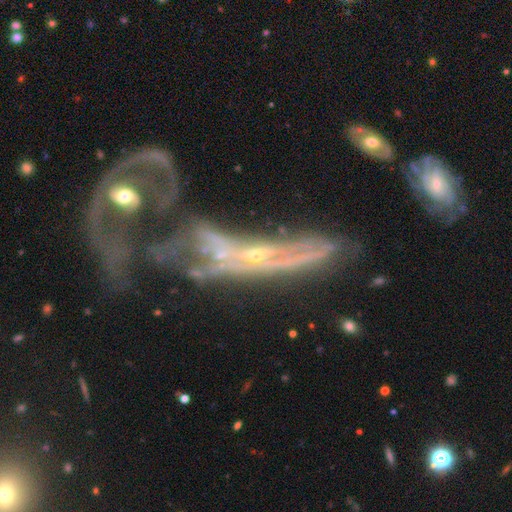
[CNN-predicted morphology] smooth-or-featured: featured or disk: 72% | smooth: 15% | star or artifact: 13%
  disk-edge-on: no: 70% | yes: 30%
    bar: no: 73% | weak: 17% | strong: 10%
    has-spiral-arms: no: 50% (tied) | yes: 50% (tied)
    bulge-size: small: 58% | moderate: 25% | none: 12% | large: 2% | dominant: 2%
  merging: merger: 55% | major disturbance: 24% | none: 12% | minor disturbance: 9%